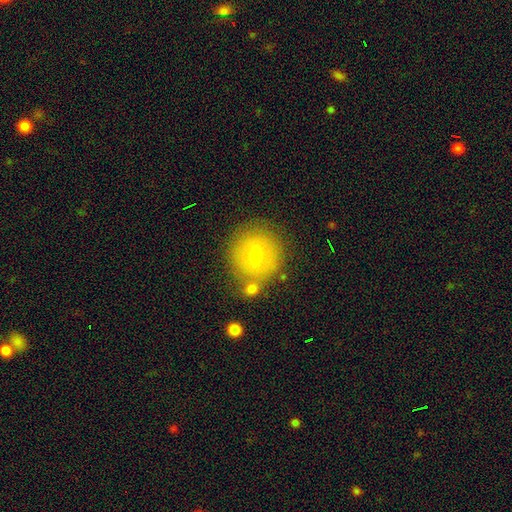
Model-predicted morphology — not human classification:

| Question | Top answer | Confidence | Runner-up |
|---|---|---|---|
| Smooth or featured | smooth | 69% | featured or disk (21%) |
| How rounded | round | 91% | in between (8%) |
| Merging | none | 73% | minor disturbance (12%) |